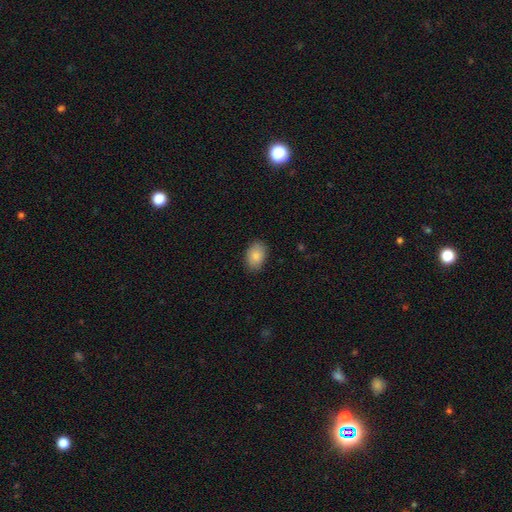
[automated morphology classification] A smooth galaxy with no disk features (86%) that is in between round and cigar-shaped (85%). Merging: none (86%).